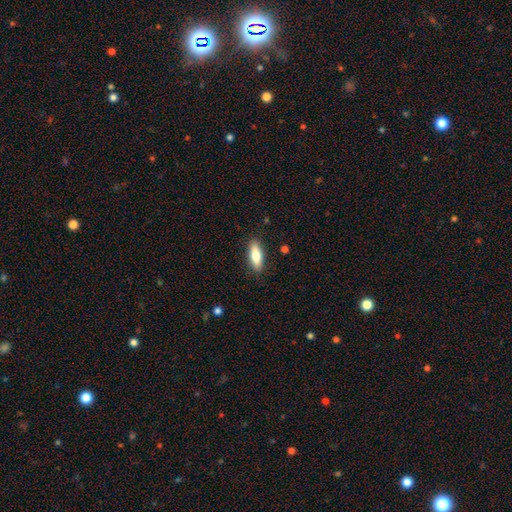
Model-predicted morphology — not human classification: A smooth galaxy with no disk features (76%) that is in between round and cigar-shaped (62%). Merging: none (88%).